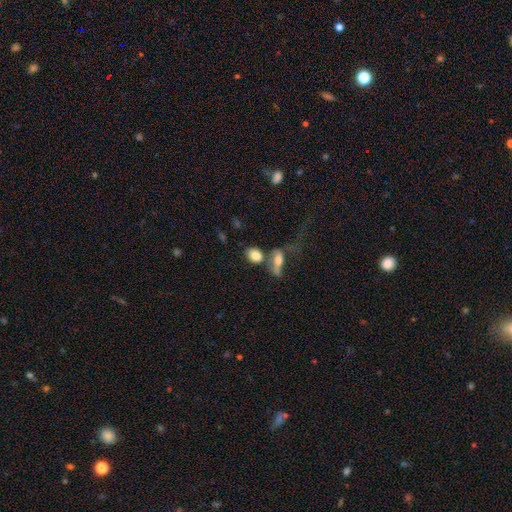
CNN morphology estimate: Smooth or featured: smooth — 81% (featured or disk — 11%)
How rounded: in between — 72% (round — 25%)
Merging: none — 46% (merger — 34%)